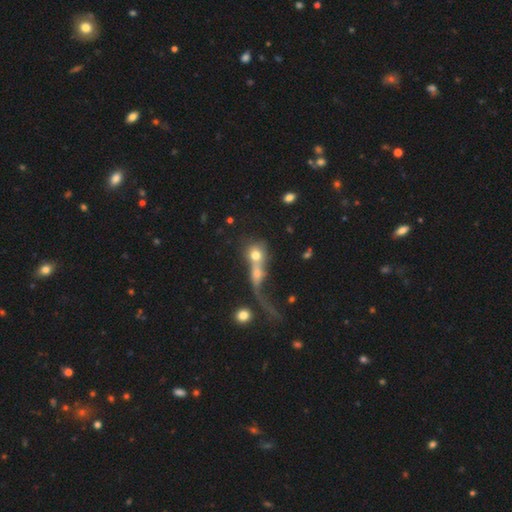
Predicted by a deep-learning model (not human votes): A smooth galaxy with no disk features (61%) that is round (69%).

Vote fractions:
- Smooth or featured? smooth: 61% / featured or disk: 26% / star or artifact: 13%
- How rounded? round: 69% / in between: 26% / cigar-shaped: 5%
- Merging? merger: 68% / none: 15% / major disturbance: 12% / minor disturbance: 5%